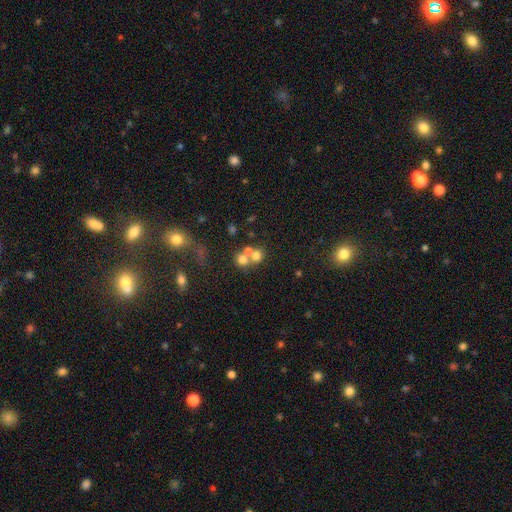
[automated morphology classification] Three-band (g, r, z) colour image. It shows a smooth galaxy with no disk features (64%) that is round (78%). Merging: merger (54%).